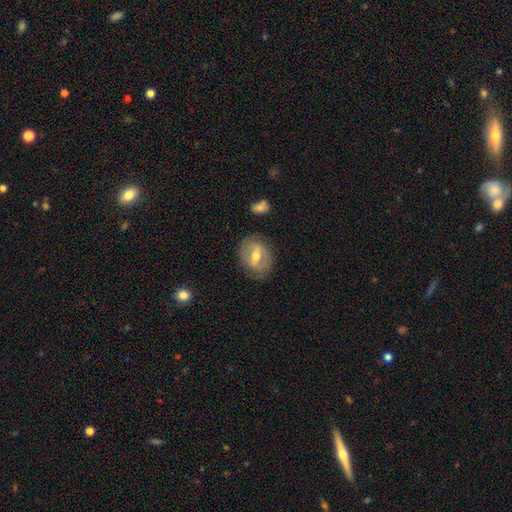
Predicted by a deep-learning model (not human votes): A featured or disk galaxy (55%) with a weak bar (43%), no spiral arms (58%) and a moderate central bulge (70%).

Vote fractions:
- Smooth or featured? featured or disk: 55% / smooth: 38% / star or artifact: 7%
- Edge-on disk? no: 93% / yes: 7%
- Bar? weak: 43% / strong: 37% / no: 19%
- Spiral arms? no: 58% / yes: 42%
- Bulge size? moderate: 70% / small: 23% / large: 5% / none: 1% / dominant: 1%
- Merging? none: 77% / minor disturbance: 16% / major disturbance: 6% / merger: 2%